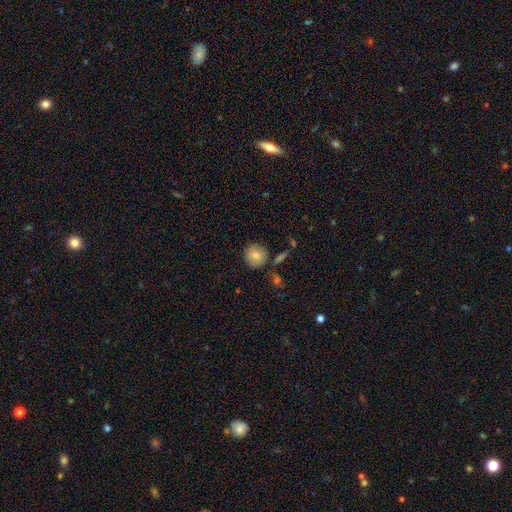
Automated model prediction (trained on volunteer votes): The model was most divided on "smooth or featured": smooth: 75%, featured or disk: 17%, star or artifact: 8%. More confident: how rounded — round (89%); merging — none (77%).